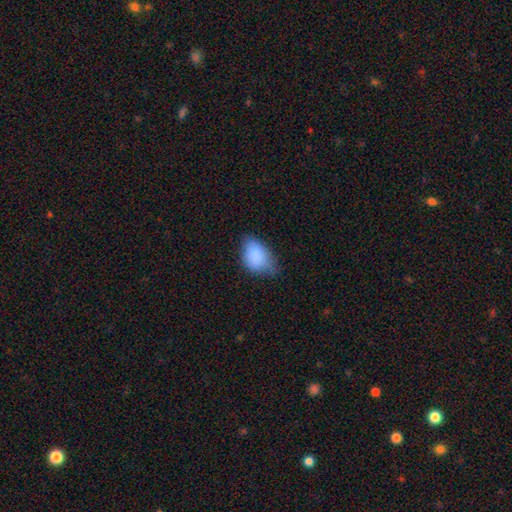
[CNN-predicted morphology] Smooth or featured?
  - smooth: 86% *
  - star or artifact: 8%
  - featured or disk: 7%
How rounded?
  - in between: 86% *
  - round: 13%
  - cigar-shaped: 1%
Merging?
  - none: 47% *
  - minor disturbance: 41%
  - major disturbance: 11%
  - merger: 2%